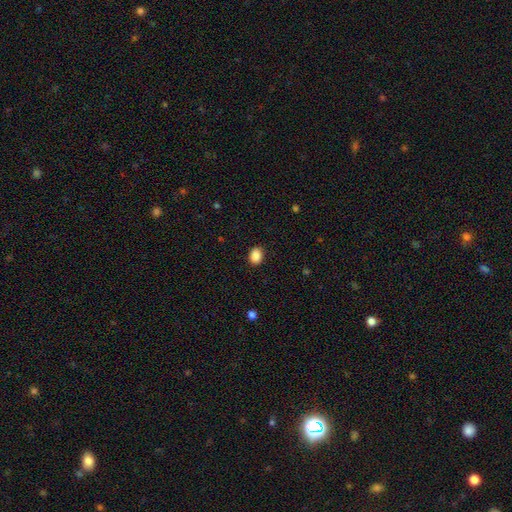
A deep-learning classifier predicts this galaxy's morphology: smooth_or_featured: smooth (p=0.88) [alt: star or artifact p=0.09]
how_rounded: in between (p=0.57) [alt: round p=0.42]
merging: none (p=0.89) [alt: minor disturbance p=0.08]